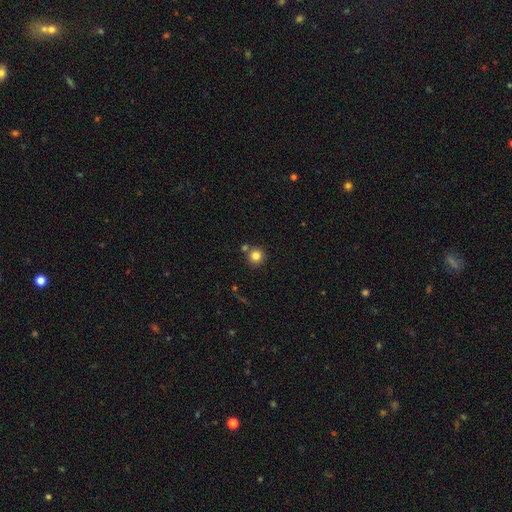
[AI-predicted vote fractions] smooth-or-featured: smooth: 83% | star or artifact: 11% | featured or disk: 6%
  how-rounded: round: 94% | in between: 5% | cigar-shaped: 1%
  merging: none: 74% | merger: 16% | minor disturbance: 8% | major disturbance: 3%